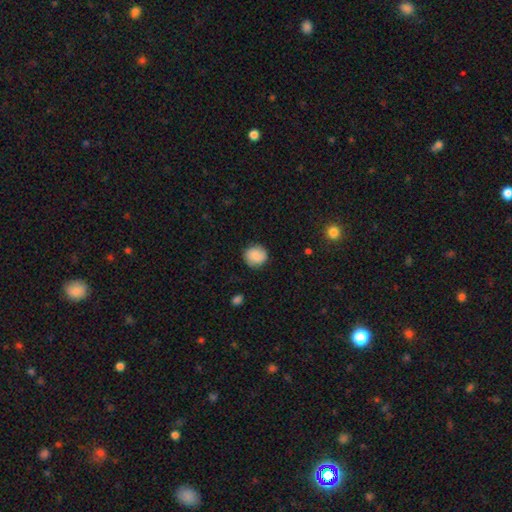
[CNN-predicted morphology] smooth_or_featured: smooth (p=0.83) [alt: featured or disk p=0.10]
how_rounded: round (p=0.89) [alt: in between p=0.10]
merging: none (p=0.87) [alt: minor disturbance p=0.09]